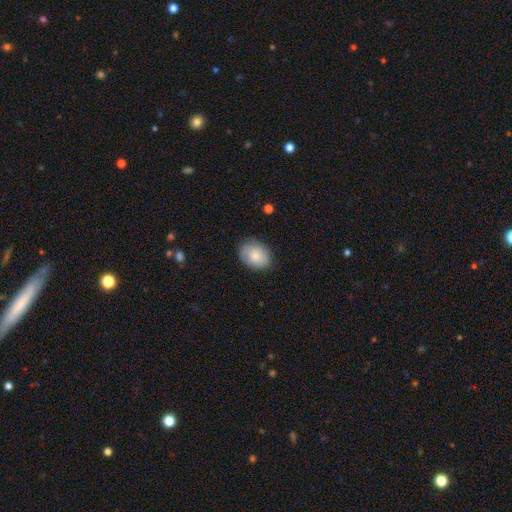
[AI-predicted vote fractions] A smooth galaxy with no disk features (80%) that is in between round and cigar-shaped (72%). Merging: none (79%).